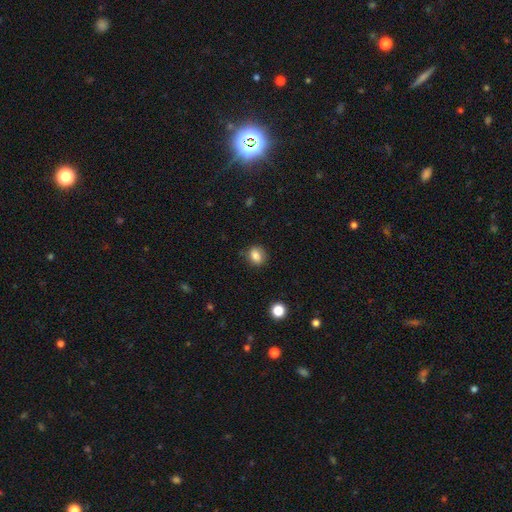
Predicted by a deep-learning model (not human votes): Morphology: type=smooth (82%); roundness=round (58%); merging=none (83%).